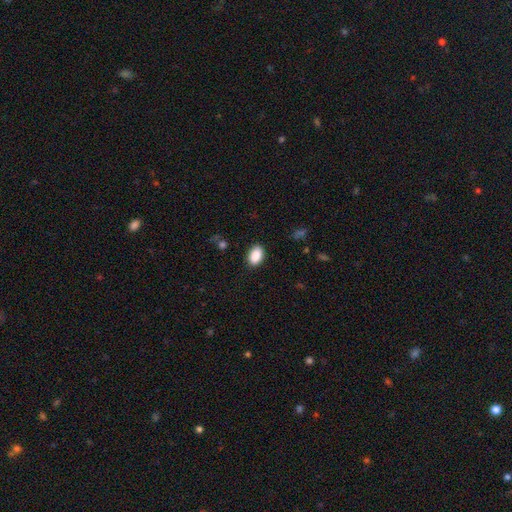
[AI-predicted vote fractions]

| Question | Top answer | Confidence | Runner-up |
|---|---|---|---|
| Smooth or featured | smooth | 90% | star or artifact (7%) |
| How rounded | in between | 88% | round (11%) |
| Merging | none | 87% | minor disturbance (9%) |